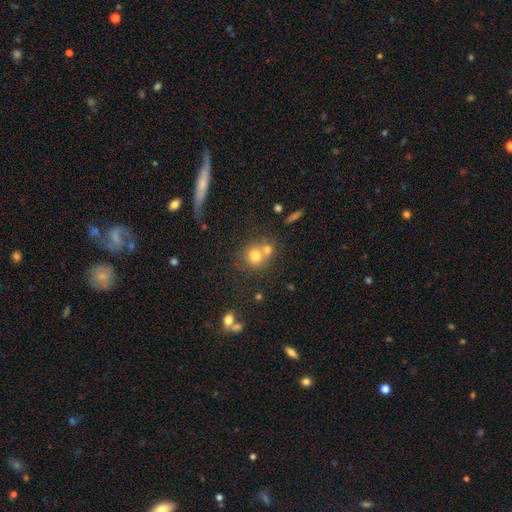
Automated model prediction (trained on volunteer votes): A smooth galaxy with no disk features (74%) that is round (85%).

Vote fractions:
- Smooth or featured? smooth: 74% / featured or disk: 14% / star or artifact: 13%
- How rounded? round: 85% / in between: 14% / cigar-shaped: 1%
- Merging? none: 46% / merger: 43% / minor disturbance: 8% / major disturbance: 4%